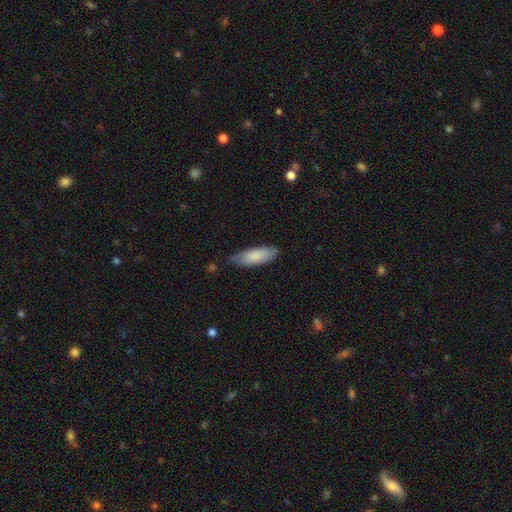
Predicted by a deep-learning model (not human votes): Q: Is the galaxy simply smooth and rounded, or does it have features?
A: smooth — 84%.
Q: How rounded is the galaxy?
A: in between — 65%.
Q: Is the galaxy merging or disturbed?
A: none — 76%.